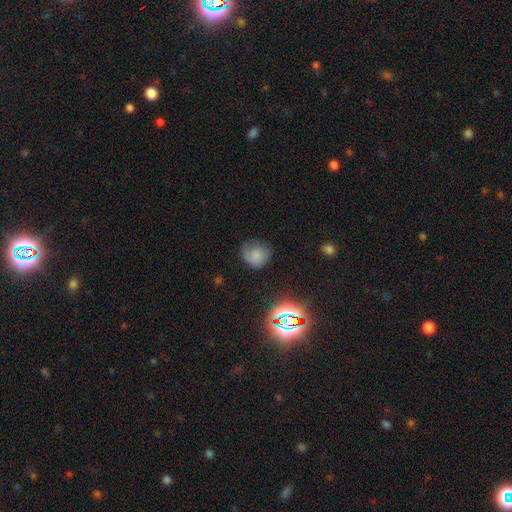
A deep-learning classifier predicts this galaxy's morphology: type=smooth (74%); roundness=round (80%); merging=none (65%).